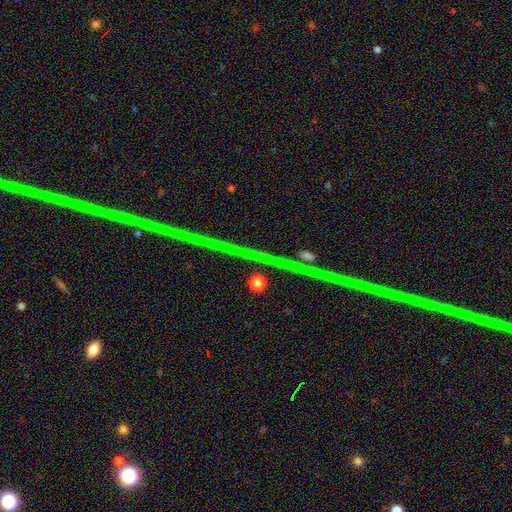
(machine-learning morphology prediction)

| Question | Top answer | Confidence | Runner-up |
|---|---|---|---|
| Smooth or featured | star or artifact | 69% | featured or disk (16%) |